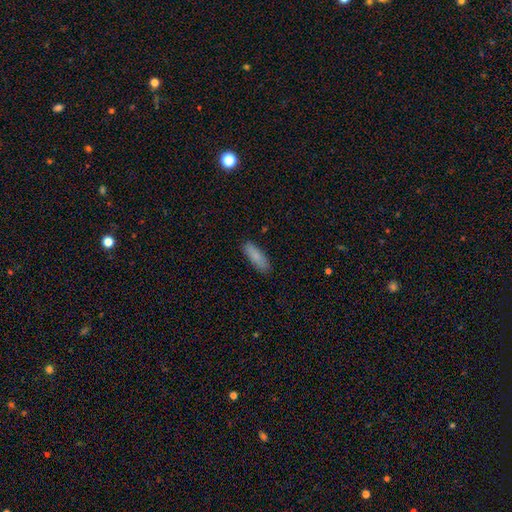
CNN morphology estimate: smooth-or-featured: smooth: 86% | featured or disk: 8% | star or artifact: 6%
  how-rounded: in between: 54% | cigar-shaped: 44% | round: 2%
  merging: none: 86% | minor disturbance: 11% | major disturbance: 2% | merger: 1%